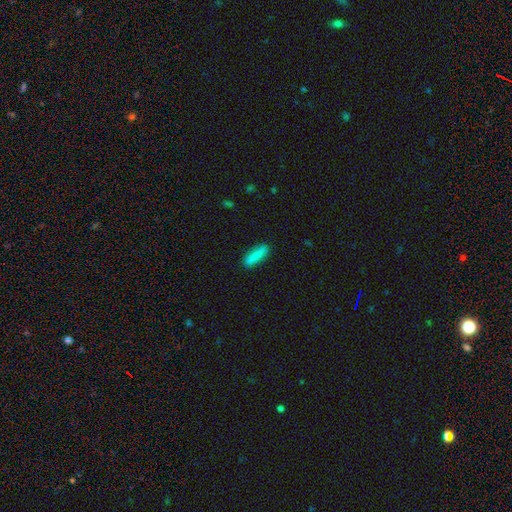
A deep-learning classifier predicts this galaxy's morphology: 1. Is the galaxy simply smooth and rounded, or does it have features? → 85% smooth, 8% featured or disk, 7% star or artifact.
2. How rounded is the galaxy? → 66% cigar-shaped, 32% in between, 2% round.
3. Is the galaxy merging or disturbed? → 86% none, 10% minor disturbance, 2% major disturbance, 1% merger.